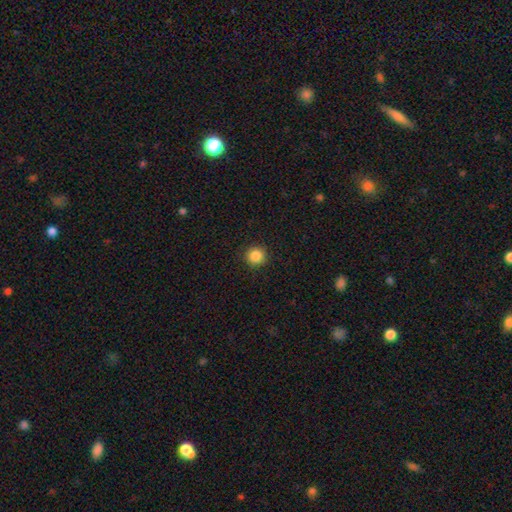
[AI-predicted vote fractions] Smooth or featured?
  - smooth: 85% *
  - star or artifact: 11%
  - featured or disk: 4%
How rounded?
  - round: 94% *
  - in between: 5%
  - cigar-shaped: 1%
Merging?
  - none: 91% *
  - minor disturbance: 6%
  - major disturbance: 2%
  - merger: 1%